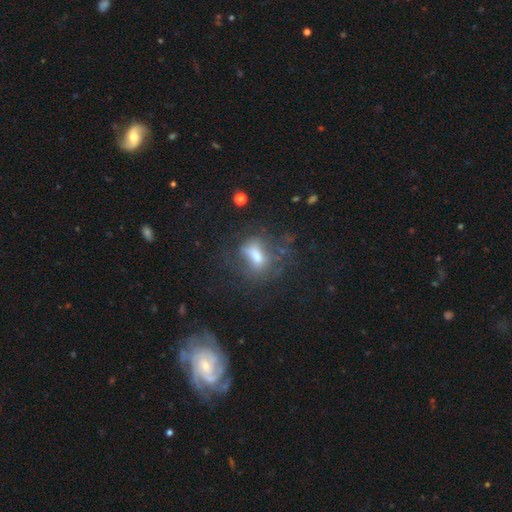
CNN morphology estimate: type=featured or disk (46%); merging=none (61%).